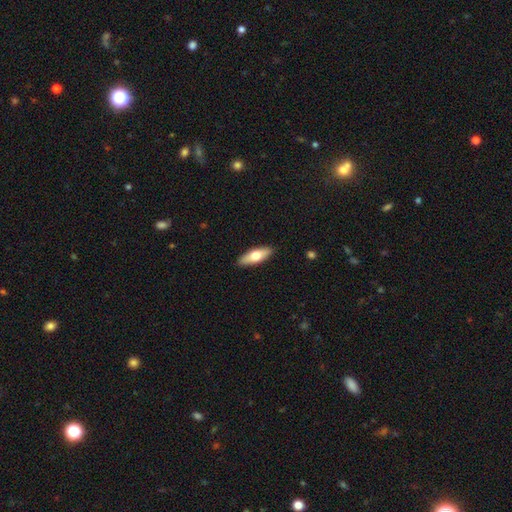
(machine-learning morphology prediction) Smooth or featured? smooth (61%)
How rounded? in between (58%)
Merging? none (90%)